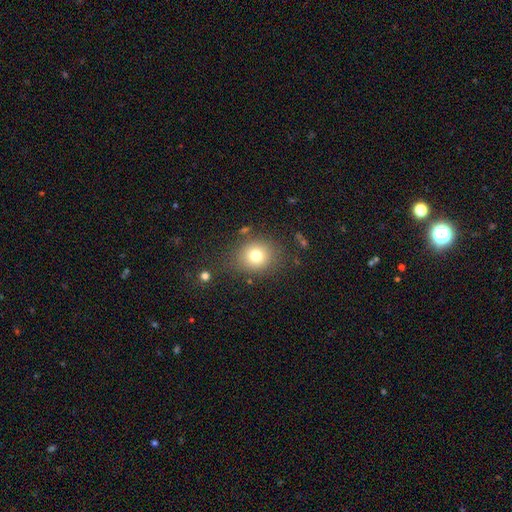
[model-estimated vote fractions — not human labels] Morphology: type=smooth (76%); roundness=round (77%); merging=none (78%).